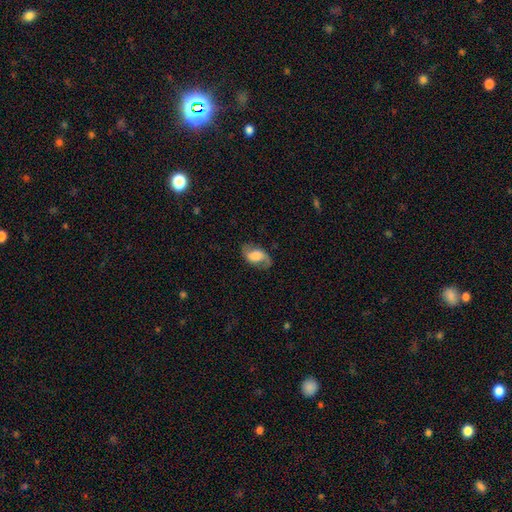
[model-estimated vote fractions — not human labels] Morphology: type=featured or disk (48%); merging=none (70%).